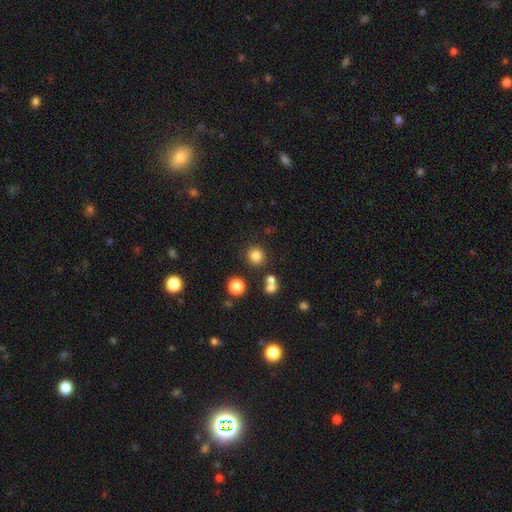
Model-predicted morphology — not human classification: A smooth galaxy with no disk features (81%) that is round (90%). Merging: none (83%).